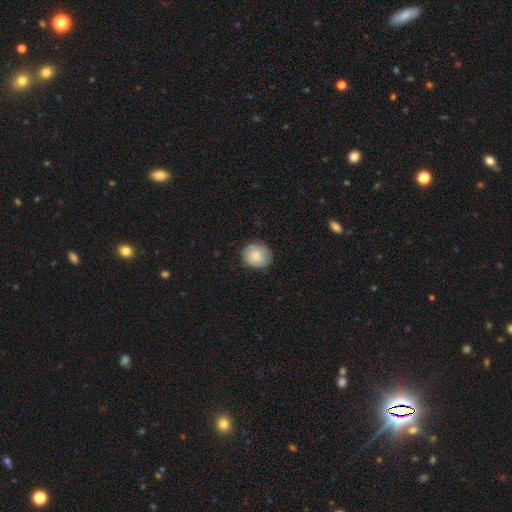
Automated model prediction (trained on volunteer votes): The model was most divided on "how rounded": round: 78%, in between: 21%, cigar-shaped: 1%. More confident: merging — none (81%); smooth or featured — smooth (75%).